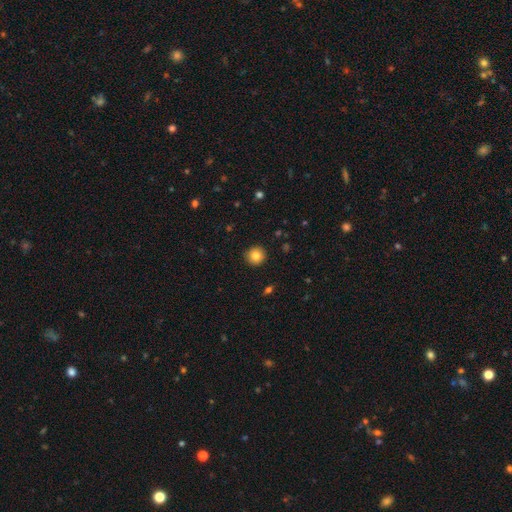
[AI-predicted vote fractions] Q: Smooth or featured?
A: smooth (83%); runner-up: star or artifact (10%)
Q: How rounded?
A: round (95%); runner-up: in between (4%)
Q: Merging?
A: none (92%); runner-up: minor disturbance (5%)